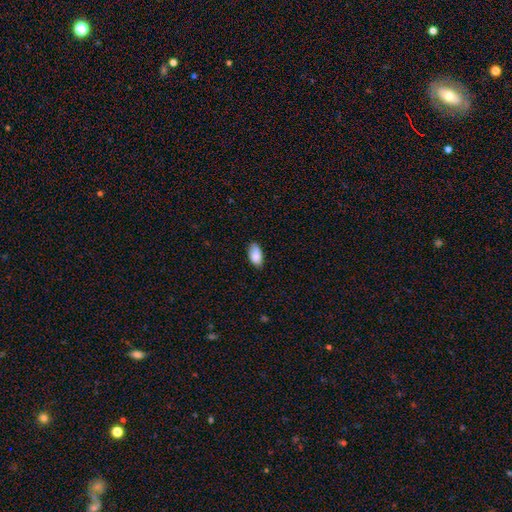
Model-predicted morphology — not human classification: smooth-or-featured: smooth: 87% | star or artifact: 7% | featured or disk: 6%
  how-rounded: in between: 94% | cigar-shaped: 3% | round: 3%
  merging: none: 76% | minor disturbance: 20% | major disturbance: 3% | merger: 1%